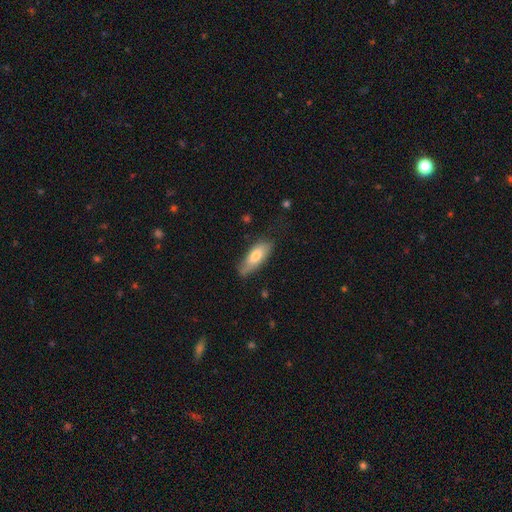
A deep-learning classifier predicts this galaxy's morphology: smooth-or-featured: smooth: 73% | featured or disk: 21% | star or artifact: 6%
  how-rounded: in between: 72% | cigar-shaped: 26% | round: 2%
  merging: none: 66% | minor disturbance: 26% | major disturbance: 6% | merger: 2%